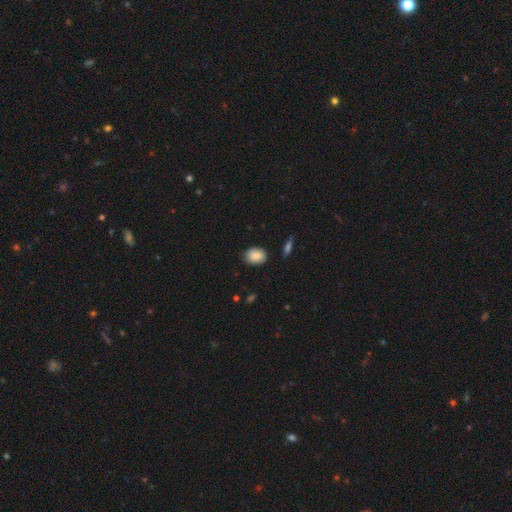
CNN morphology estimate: smooth 86%, star or artifact 7%, featured or disk 7%. Down the decision tree: how rounded — in between (64%); merging — none (83%).